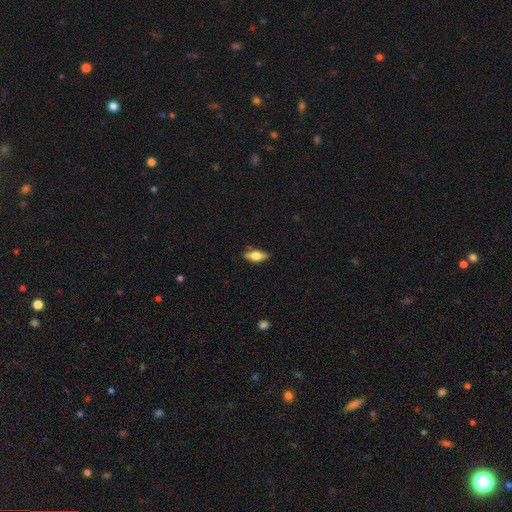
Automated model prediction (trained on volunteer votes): smooth-or-featured: smooth: 64% | featured or disk: 30% | star or artifact: 7%
  how-rounded: in between: 75% | cigar-shaped: 22% | round: 3%
  merging: none: 82% | minor disturbance: 14% | major disturbance: 3% | merger: 2%